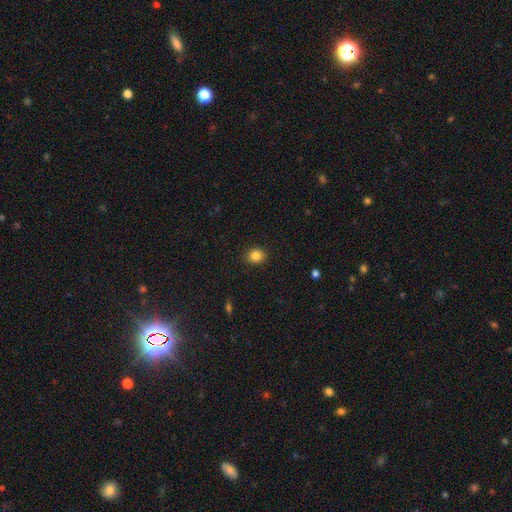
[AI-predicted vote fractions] Overall: smooth (85%). How rounded: round (82%). Merging: none (91%).